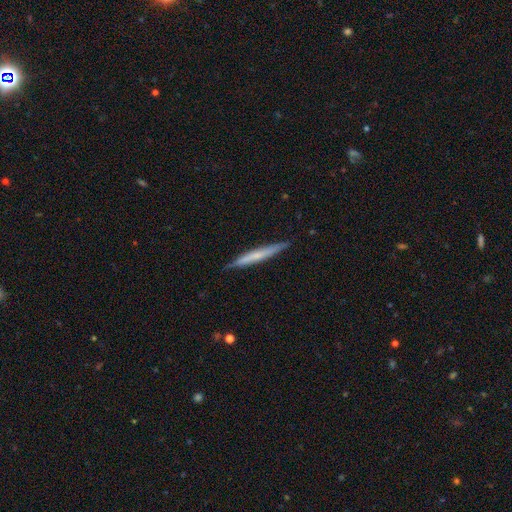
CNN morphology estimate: A smooth galaxy with no disk features (51%) that is cigar-shaped (96%).

Vote fractions:
- Smooth or featured? smooth: 51% / featured or disk: 44% / star or artifact: 6%
- How rounded? cigar-shaped: 96% / in between: 2% / round: 1%
- Merging? none: 88% / minor disturbance: 9% / major disturbance: 1% / merger: 1%